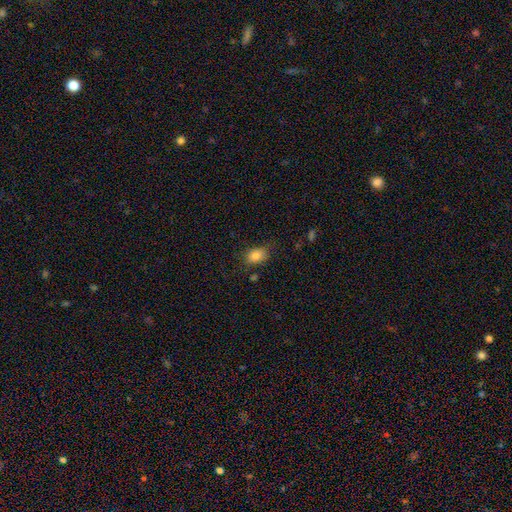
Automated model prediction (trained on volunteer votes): A smooth galaxy with no disk features (83%) that is in between round and cigar-shaped (77%). Merging: none (75%).